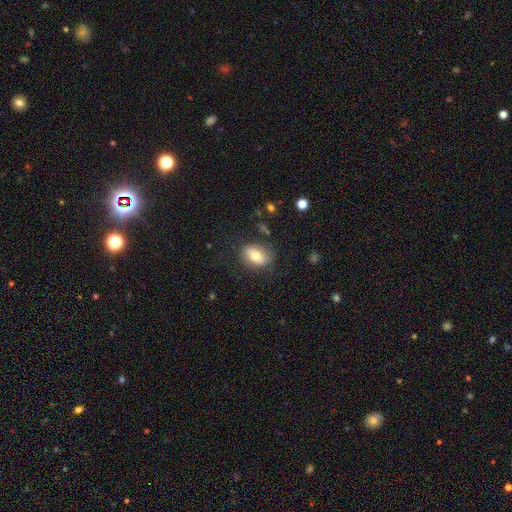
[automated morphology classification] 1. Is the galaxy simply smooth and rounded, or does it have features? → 69% smooth, 22% featured or disk, 9% star or artifact.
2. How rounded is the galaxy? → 76% in between, 22% round, 2% cigar-shaped.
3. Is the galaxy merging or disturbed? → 78% none, 15% minor disturbance, 5% major disturbance, 2% merger.